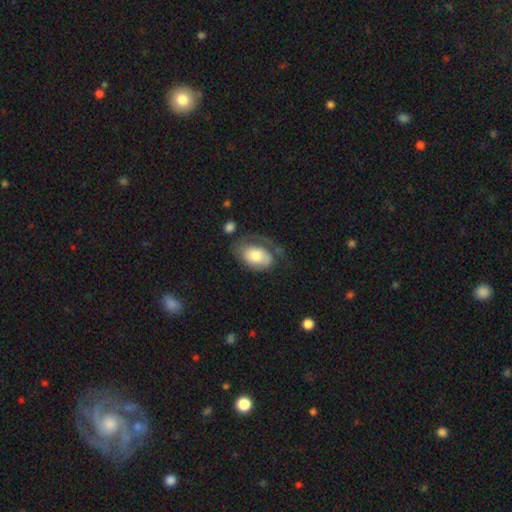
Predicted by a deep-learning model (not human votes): smooth 57%, featured or disk 37%, star or artifact 6%. Down the decision tree: how rounded — in between (88%); merging — none (36%).